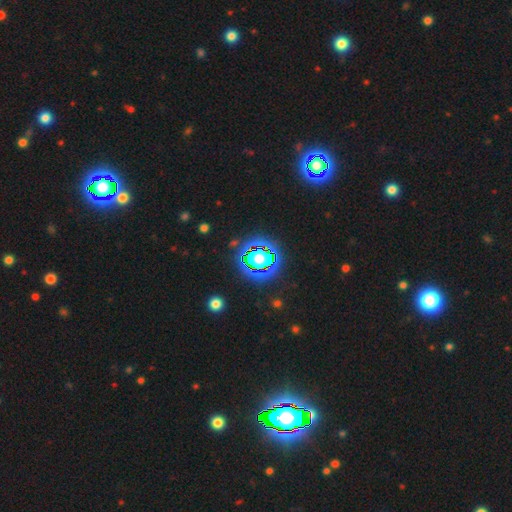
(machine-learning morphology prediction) smooth_or_featured: star or artifact (p=0.82) [alt: smooth p=0.11]